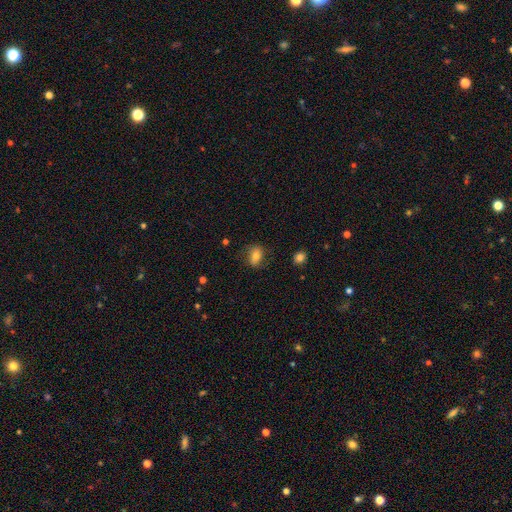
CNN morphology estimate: This appears to be a smooth galaxy with no disk features (74%) that is in between round and cigar-shaped (76%). Merging: none (75%).